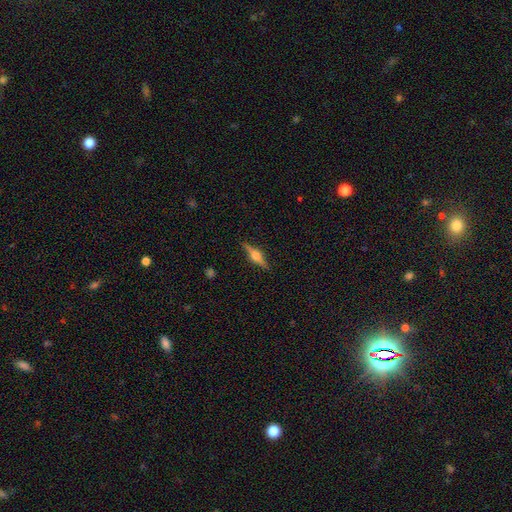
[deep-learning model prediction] Smooth or featured? featured or disk (73%)
Edge-on disk? yes (97%)
Edge-on bulge? rounded (92%)
Merging? none (88%)